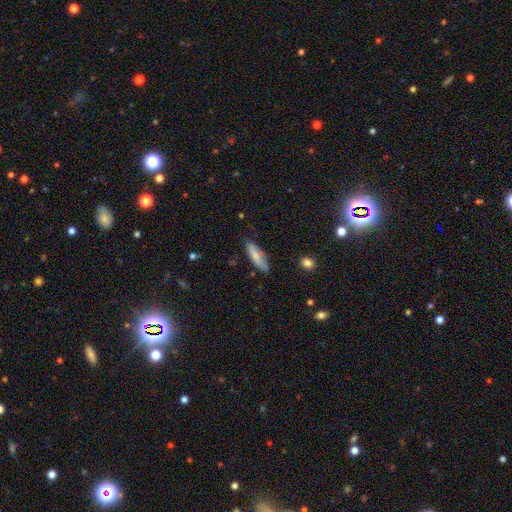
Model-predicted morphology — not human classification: Overall: smooth (77%). How rounded: cigar-shaped (53%; in between 45%). Merging: none (71%).